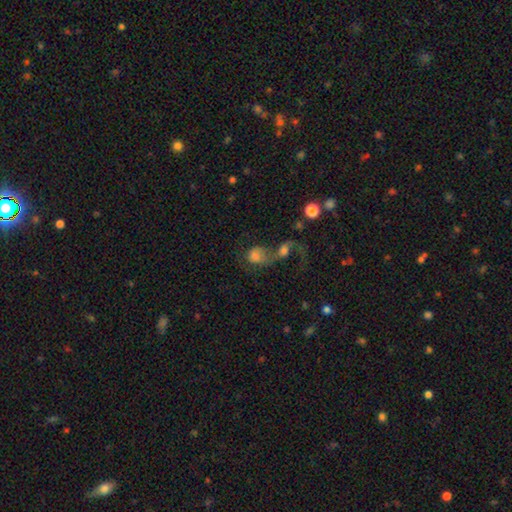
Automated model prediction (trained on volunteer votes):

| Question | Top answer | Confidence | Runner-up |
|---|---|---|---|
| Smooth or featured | smooth | 53% | featured or disk (32%) |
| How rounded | round | 52% | in between (46%) |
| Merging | merger | 69% | none (14%) |